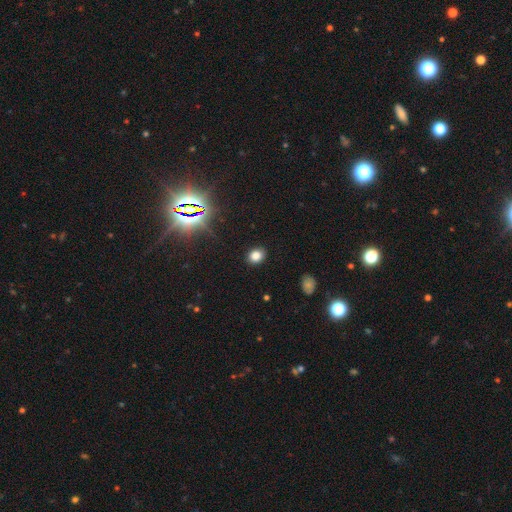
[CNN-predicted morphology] A smooth galaxy with no disk features (78%) that is round (59%).

Vote fractions:
- Smooth or featured? smooth: 78% / star or artifact: 16% / featured or disk: 6%
- How rounded? round: 59% / in between: 40% / cigar-shaped: 1%
- Merging? none: 89% / minor disturbance: 7% / major disturbance: 2% / merger: 1%